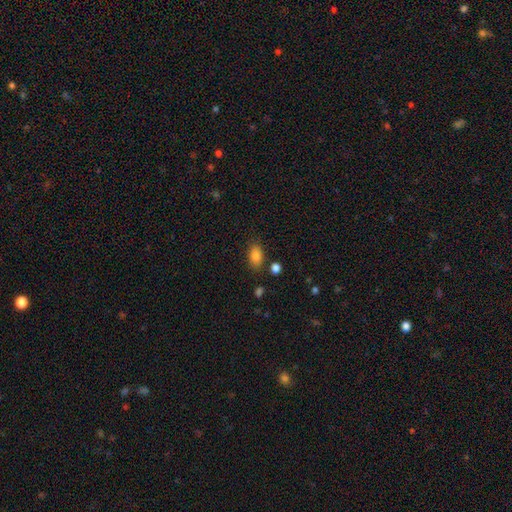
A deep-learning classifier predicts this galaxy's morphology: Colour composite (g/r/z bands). It shows a smooth galaxy with no disk features (85%) that is in between round and cigar-shaped (88%). Merging: none (80%).